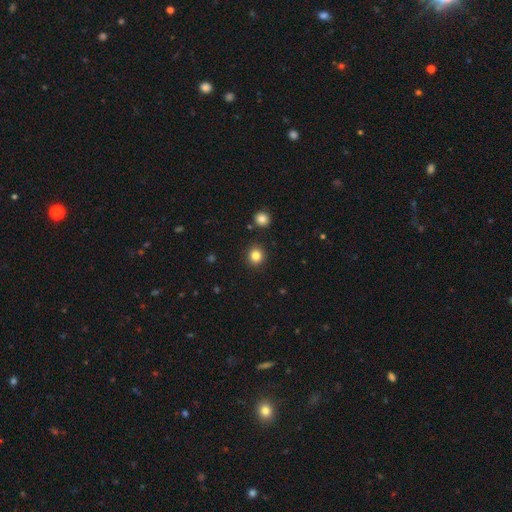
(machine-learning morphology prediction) A smooth galaxy with no disk features (84%) that is round (89%).

Vote fractions:
- Smooth or featured? smooth: 84% / star or artifact: 12% / featured or disk: 5%
- How rounded? round: 89% / in between: 10% / cigar-shaped: 1%
- Merging? none: 90% / minor disturbance: 5% / merger: 2% / major disturbance: 2%